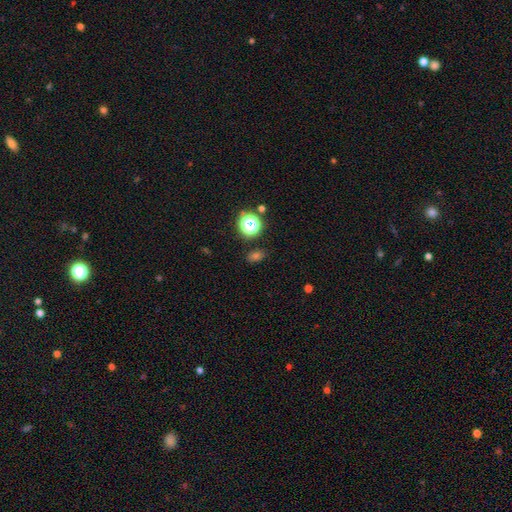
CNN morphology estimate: type=smooth (53%); roundness=in between (58%); merging=none (83%).